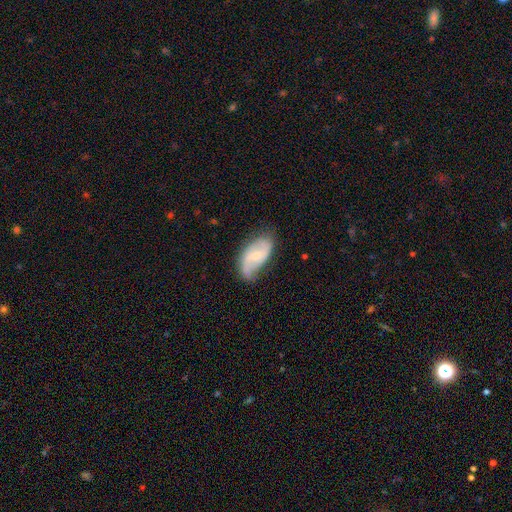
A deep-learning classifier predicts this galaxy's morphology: type=featured or disk (69%); edge-on=no (95%); bar=no (51%); spiral arms=yes (89%); winding=loose (48%); arm count=2 (80%); bulge=small (60%); merging=none (59%).